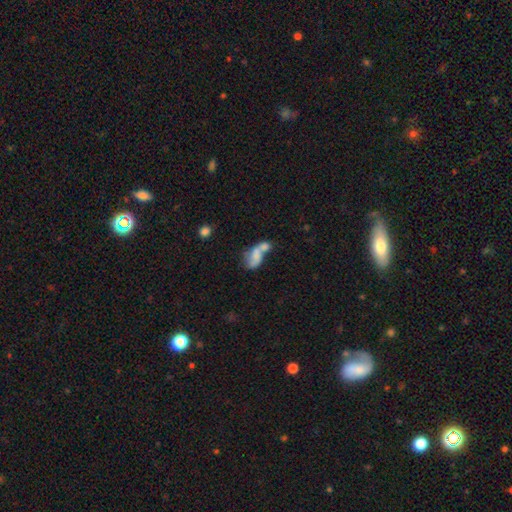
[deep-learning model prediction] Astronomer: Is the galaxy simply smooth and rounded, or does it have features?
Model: smooth — 57% (runner-up: featured or disk, 33%).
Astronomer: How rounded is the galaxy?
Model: in between — 83%.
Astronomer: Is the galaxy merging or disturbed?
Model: merger — 63%.